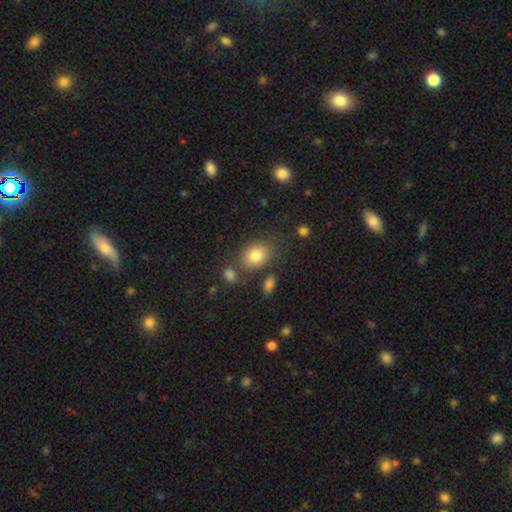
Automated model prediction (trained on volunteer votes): The model was most divided on "how rounded": in between: 66%, round: 32%, cigar-shaped: 1%. More confident: smooth or featured — smooth (82%); merging — none (69%).